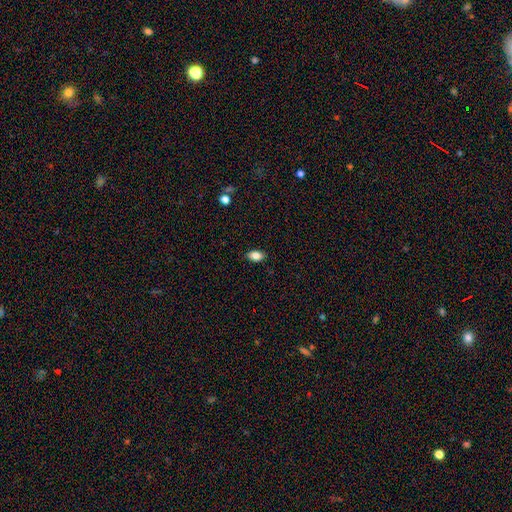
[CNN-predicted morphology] type=smooth (82%); roundness=in between (89%); merging=none (88%).